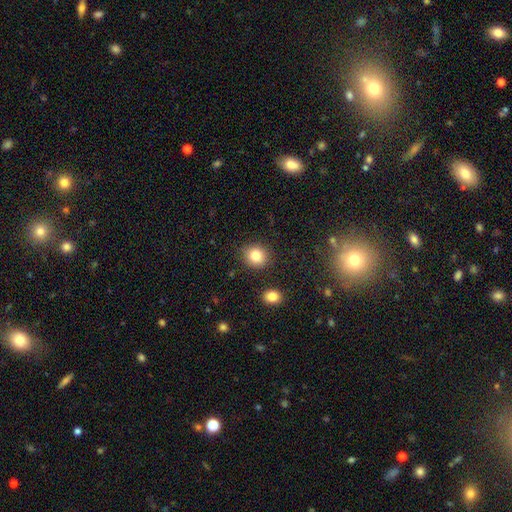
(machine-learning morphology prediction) This is clearly a smooth galaxy (82%). How rounded: likely round (76%). Merging: clearly none (87%).